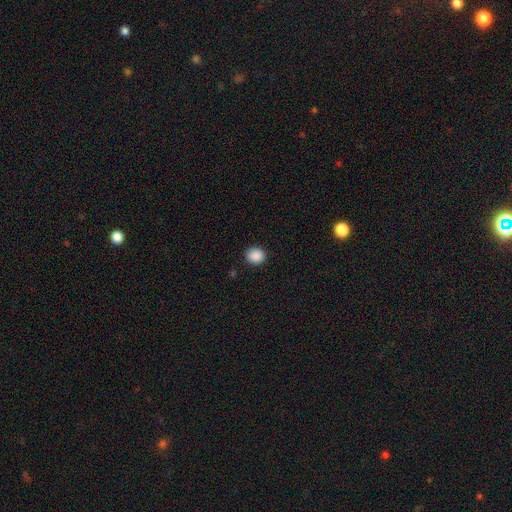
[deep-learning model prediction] smooth-or-featured: smooth: 89% | star or artifact: 9% | featured or disk: 2%
  how-rounded: round: 73% | in between: 27% | cigar-shaped: 1%
  merging: none: 90% | minor disturbance: 7% | major disturbance: 2% | merger: 1%